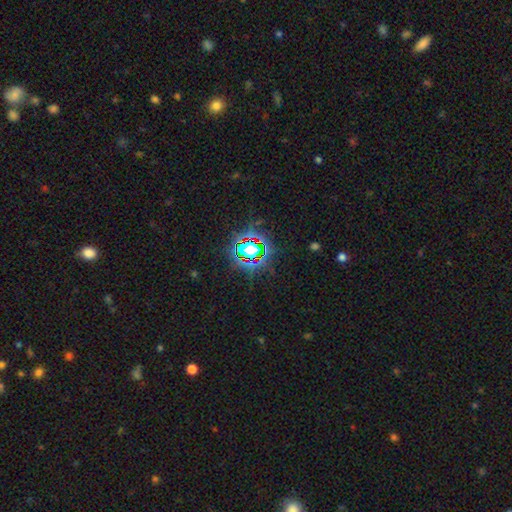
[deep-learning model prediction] Overall: star or artifact (81%).